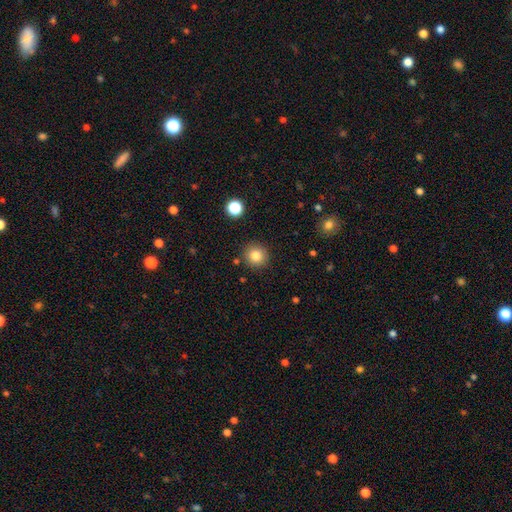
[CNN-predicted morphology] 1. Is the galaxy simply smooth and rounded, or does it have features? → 83% smooth, 11% star or artifact, 6% featured or disk.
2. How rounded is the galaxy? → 93% round, 6% in between, 1% cigar-shaped.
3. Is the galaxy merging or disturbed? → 89% none, 7% minor disturbance, 2% major disturbance, 2% merger.